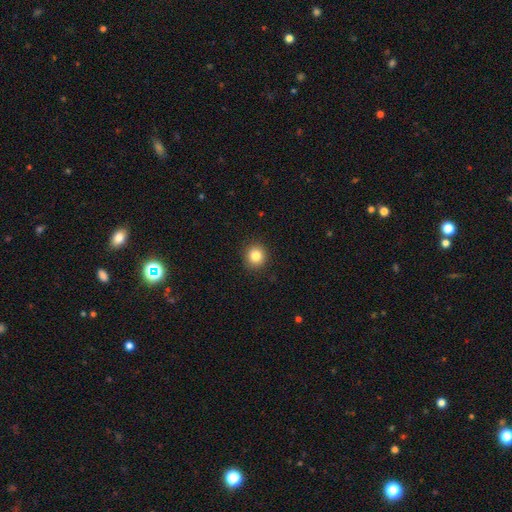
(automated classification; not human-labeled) Morphology: type=smooth (84%); roundness=round (91%); merging=none (92%).